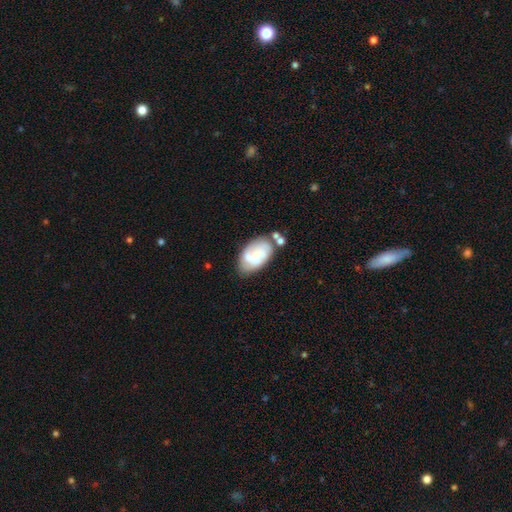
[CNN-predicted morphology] This is possibly a featured or disk galaxy (52%). It is clearly not viewed edge-on (96%). Merging: possibly none (53%).